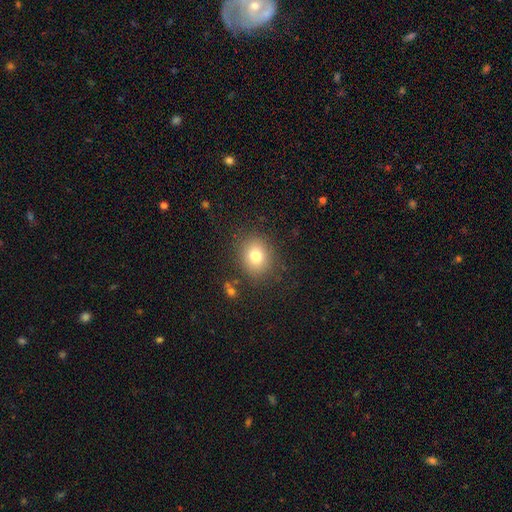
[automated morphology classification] The model was most divided on "how rounded": round: 64%, in between: 35%, cigar-shaped: 1%. More confident: merging — none (85%); smooth or featured — smooth (77%).